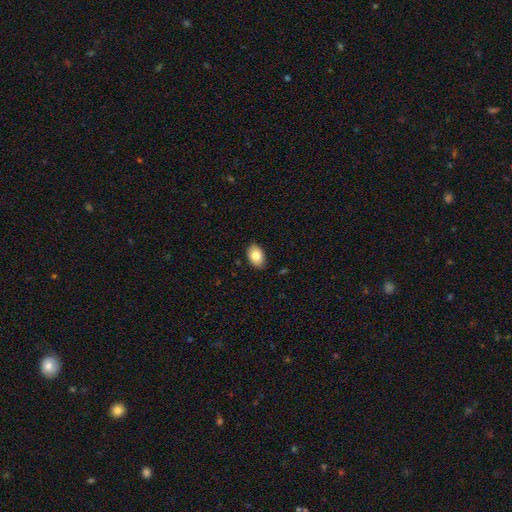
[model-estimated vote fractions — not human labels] A smooth galaxy with no disk features (82%) that is in between round and cigar-shaped (88%).

Vote fractions:
- Smooth or featured? smooth: 82% / featured or disk: 11% / star or artifact: 7%
- How rounded? in between: 88% / round: 11% / cigar-shaped: 1%
- Merging? none: 88% / minor disturbance: 9% / major disturbance: 2% / merger: 1%